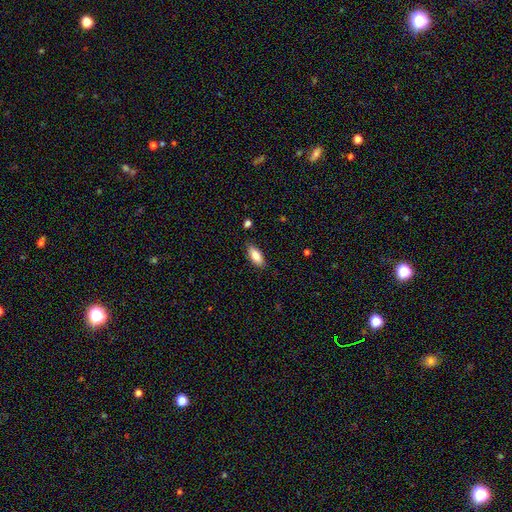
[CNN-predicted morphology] Q: Smooth or featured?
A: smooth (84%); runner-up: featured or disk (10%)
Q: How rounded?
A: in between (83%); runner-up: cigar-shaped (15%)
Q: Merging?
A: none (85%); runner-up: minor disturbance (11%)